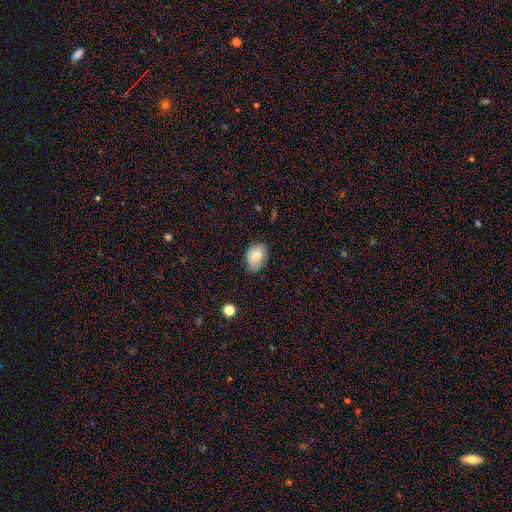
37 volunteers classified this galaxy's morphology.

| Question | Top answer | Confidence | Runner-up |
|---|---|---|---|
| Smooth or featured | smooth | 78% | featured or disk (16%) |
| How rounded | in between | 76% | round (24%) |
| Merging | none | 54% | minor disturbance (40%) |